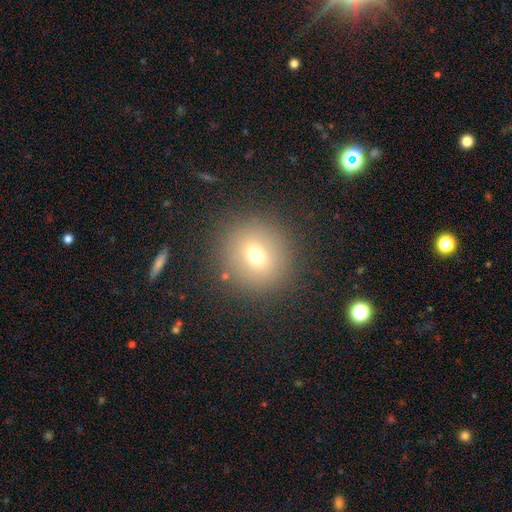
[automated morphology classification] Q: Smooth or featured?
A: smooth (67%); runner-up: star or artifact (17%)
Q: How rounded?
A: round (89%); runner-up: in between (10%)
Q: Merging?
A: none (86%); runner-up: minor disturbance (8%)